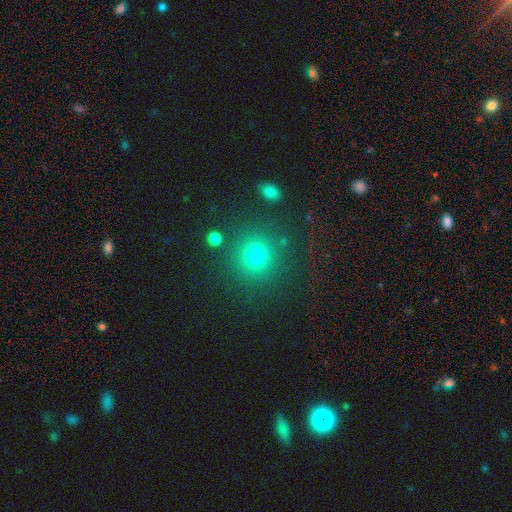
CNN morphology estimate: This is likely a smooth galaxy (76%). How rounded: clearly round (92%). Merging: clearly none (86%).